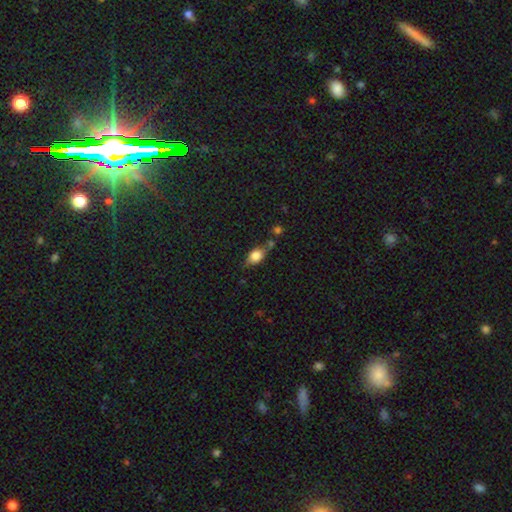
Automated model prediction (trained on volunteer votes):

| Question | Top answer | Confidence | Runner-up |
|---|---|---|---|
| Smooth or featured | smooth | 68% | featured or disk (22%) |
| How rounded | in between | 68% | round (24%) |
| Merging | none | 57% | minor disturbance (23%) |